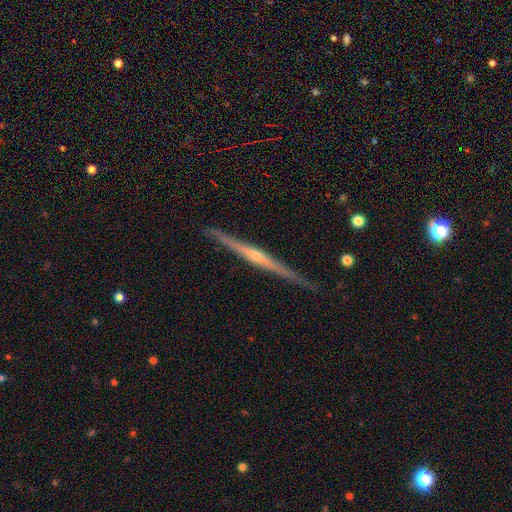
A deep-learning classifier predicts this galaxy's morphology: Smooth or featured? featured or disk (79%)
Edge-on disk? yes (98%)
Edge-on bulge? rounded (63%)
Merging? none (87%)